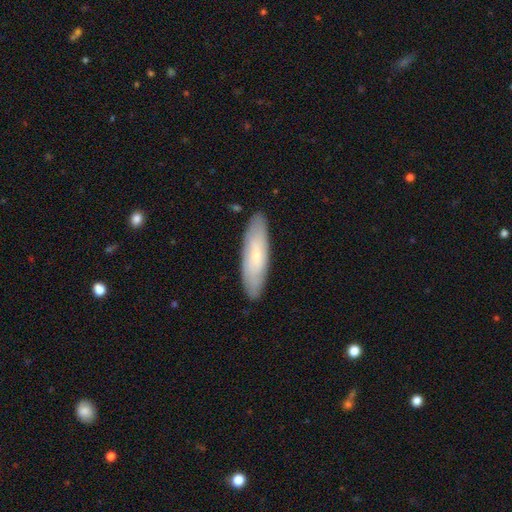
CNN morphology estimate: A smooth galaxy with no disk features (60%) that is cigar-shaped (60%).

Vote fractions:
- Smooth or featured? smooth: 60% / featured or disk: 34% / star or artifact: 6%
- How rounded? cigar-shaped: 60% / in between: 38% / round: 2%
- Merging? none: 86% / minor disturbance: 10% / major disturbance: 2% / merger: 1%